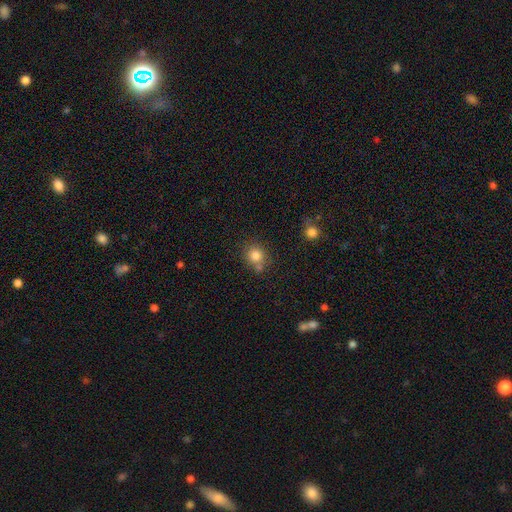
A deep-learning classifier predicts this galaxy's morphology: A smooth galaxy with no disk features (81%) that is round (85%).

Vote fractions:
- Smooth or featured? smooth: 81% / star or artifact: 11% / featured or disk: 7%
- How rounded? round: 85% / in between: 14% / cigar-shaped: 1%
- Merging? none: 65% / merger: 18% / minor disturbance: 13% / major disturbance: 4%